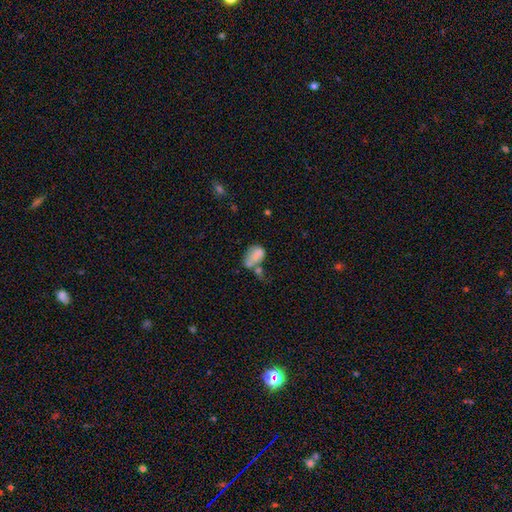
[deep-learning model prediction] Smooth or featured: smooth — 72% (featured or disk — 18%)
How rounded: in between — 88% (round — 10%)
Merging: merger — 36% (major disturbance — 22%)